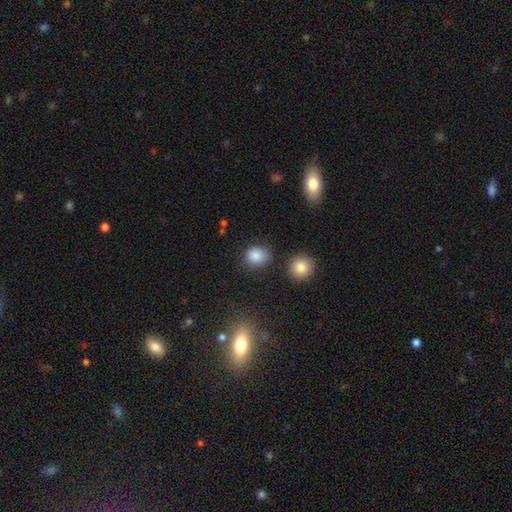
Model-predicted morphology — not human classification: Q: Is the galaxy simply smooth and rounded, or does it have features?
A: smooth — 86%.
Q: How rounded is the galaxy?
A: round — 72%.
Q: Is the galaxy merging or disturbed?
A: none — 79%.